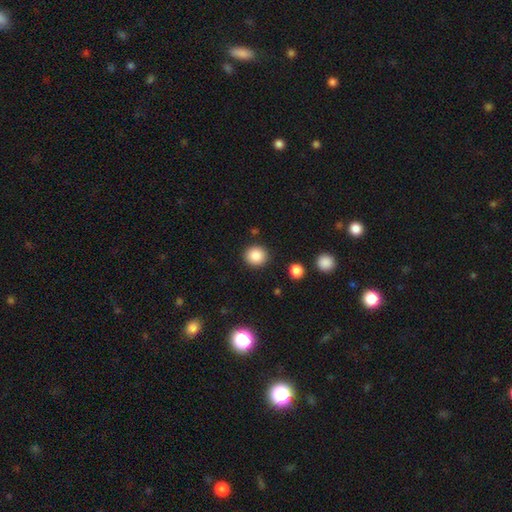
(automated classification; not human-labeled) Smooth or featured: smooth — 87% (star or artifact — 9%)
How rounded: round — 87% (in between — 12%)
Merging: none — 89% (minor disturbance — 7%)